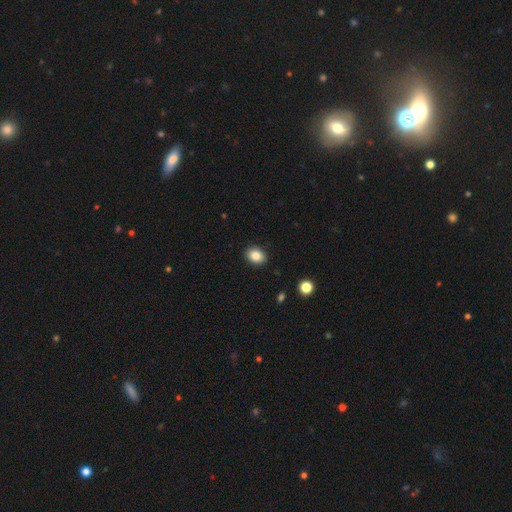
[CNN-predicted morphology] A smooth galaxy with no disk features (86%) that is in between round and cigar-shaped (66%). Merging: none (89%).